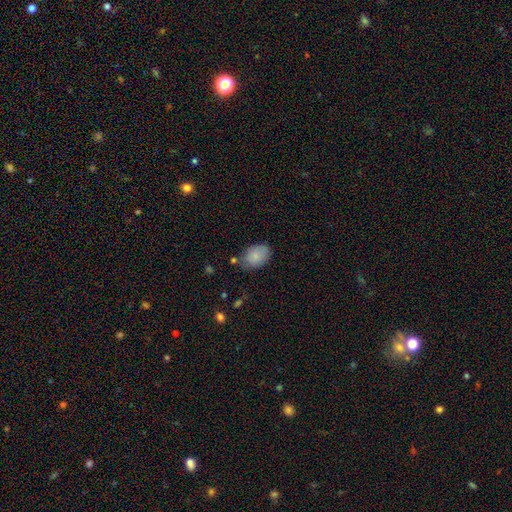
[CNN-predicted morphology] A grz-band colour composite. It shows a smooth galaxy with no disk features (85%) that is in between round and cigar-shaped (84%). Merging: none (69%).